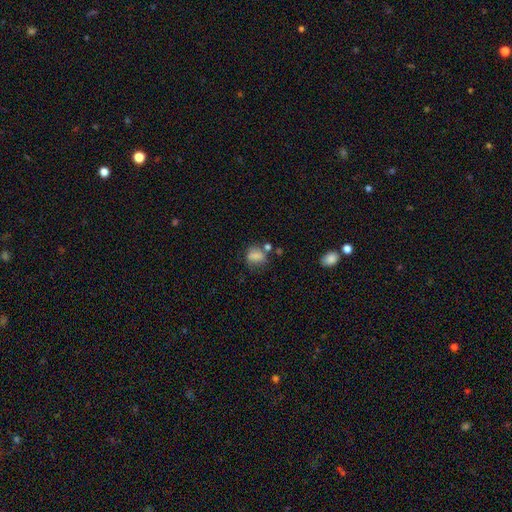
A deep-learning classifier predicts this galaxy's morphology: smooth 74%, featured or disk 15%, star or artifact 11%. Down the decision tree: how rounded — round (49%); merging — none (51%).